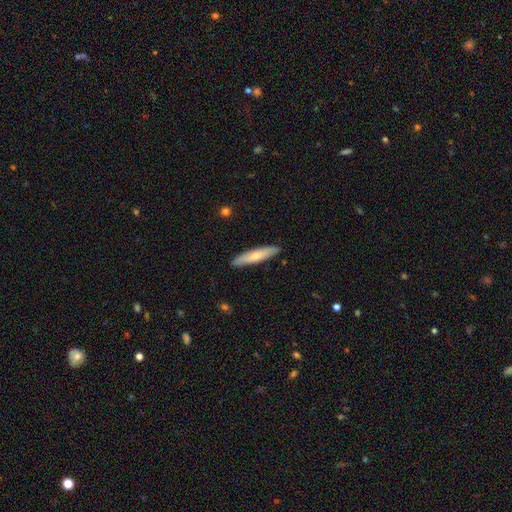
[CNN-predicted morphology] This appears to be a smooth galaxy with no disk features (65%) that is cigar-shaped (87%). Merging: none (90%).